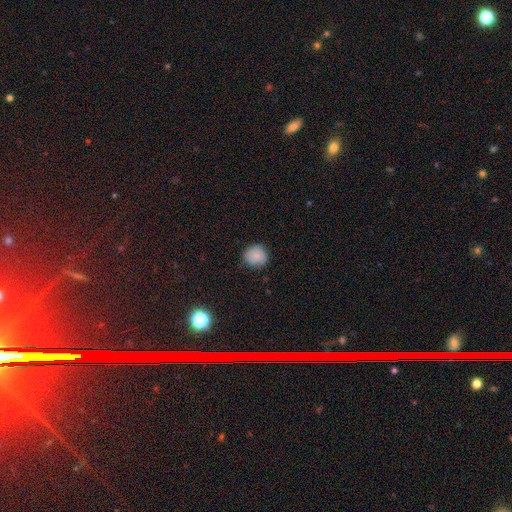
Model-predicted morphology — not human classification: Overall: smooth (84%). How rounded: round (89%). Merging: none (80%).